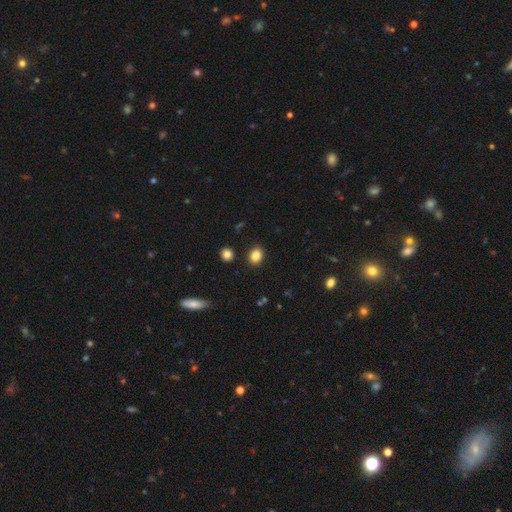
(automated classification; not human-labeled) Q: Smooth or featured?
A: smooth (86%); runner-up: star or artifact (10%)
Q: How rounded?
A: in between (53%); runner-up: round (46%)
Q: Merging?
A: none (87%); runner-up: minor disturbance (8%)